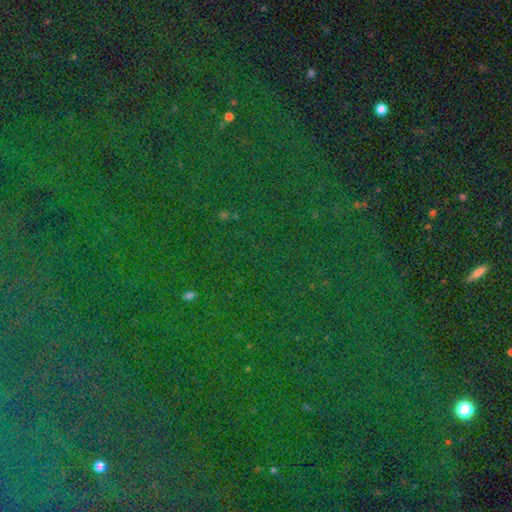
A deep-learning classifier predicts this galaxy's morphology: type=star or artifact (80%).